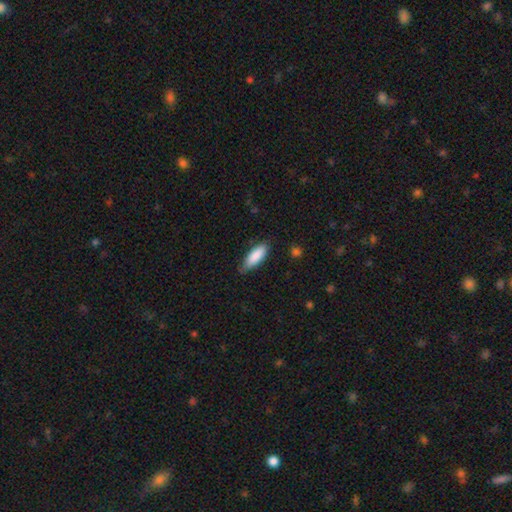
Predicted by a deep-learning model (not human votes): A smooth galaxy with no disk features (87%) that is in between round and cigar-shaped (67%). Merging: none (73%).